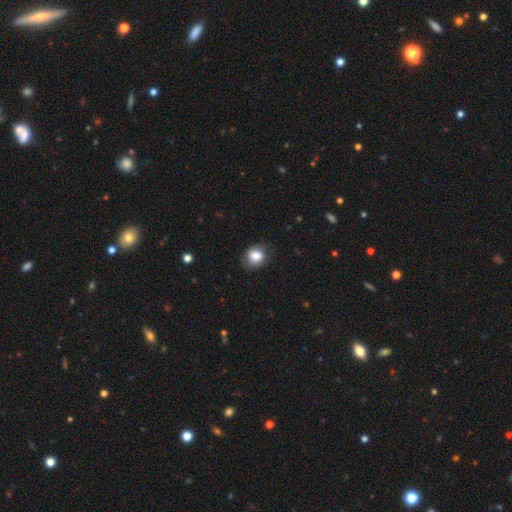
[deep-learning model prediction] Overall: smooth (77%). How rounded: round (62%; in between 37%). Merging: none (75%).